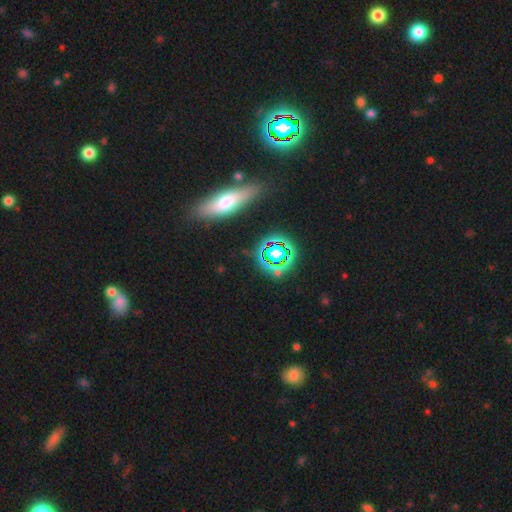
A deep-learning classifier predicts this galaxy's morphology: Smooth or featured? Predicted: smooth (p=0.37). Merging? Predicted: none (p=0.84).